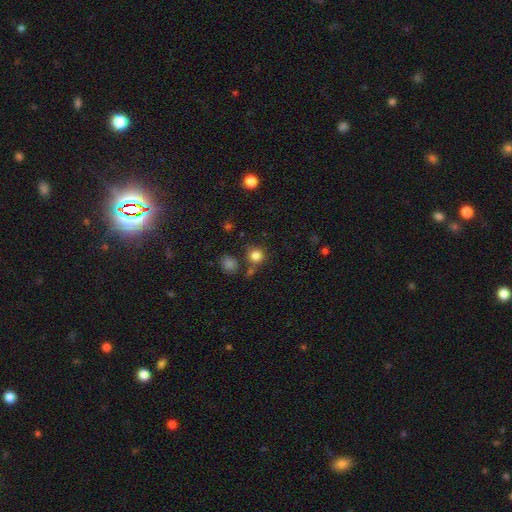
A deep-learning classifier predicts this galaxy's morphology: A smooth galaxy with no disk features (82%) that is round (91%). Merging: none (72%).